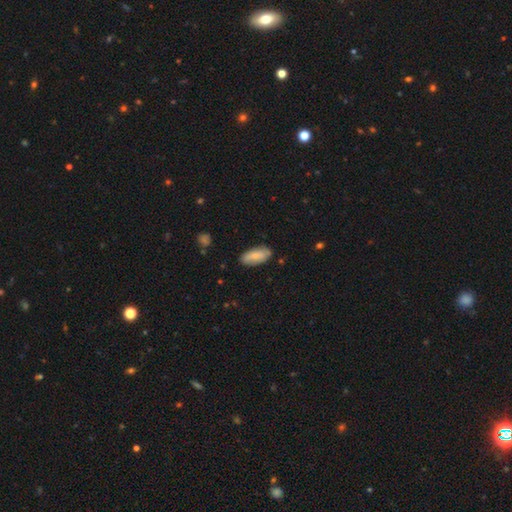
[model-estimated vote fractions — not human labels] A smooth galaxy with no disk features (79%) that is in between round and cigar-shaped (87%). Merging: none (80%).